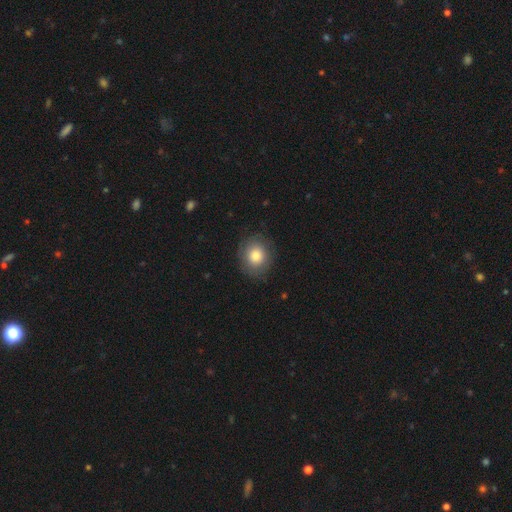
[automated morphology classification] A smooth galaxy with no disk features (80%) that is round (75%).

Vote fractions:
- Smooth or featured? smooth: 80% / featured or disk: 12% / star or artifact: 9%
- How rounded? round: 75% / in between: 24% / cigar-shaped: 1%
- Merging? none: 84% / minor disturbance: 12% / major disturbance: 4% / merger: 1%